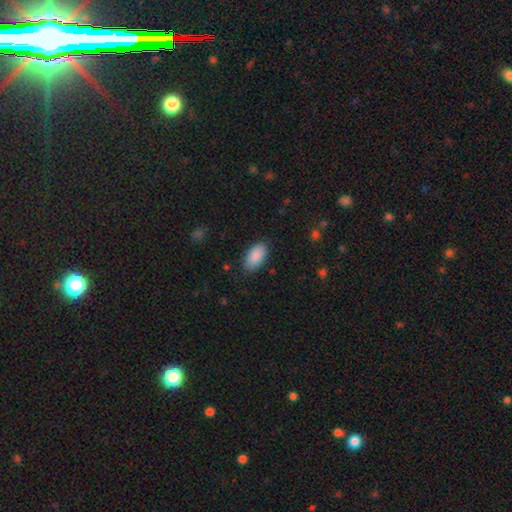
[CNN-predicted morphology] Smooth or featured: smooth — 90% (star or artifact — 6%)
How rounded: in between — 95% (cigar-shaped — 3%)
Merging: none — 84% (minor disturbance — 12%)